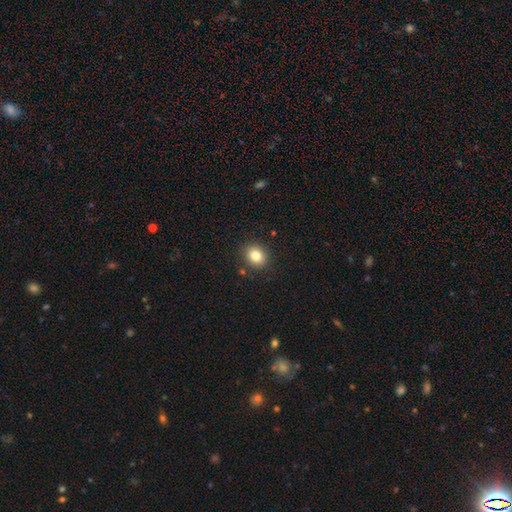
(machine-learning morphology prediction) Overall: smooth (82%). How rounded: round (63%; in between 36%). Merging: none (88%).